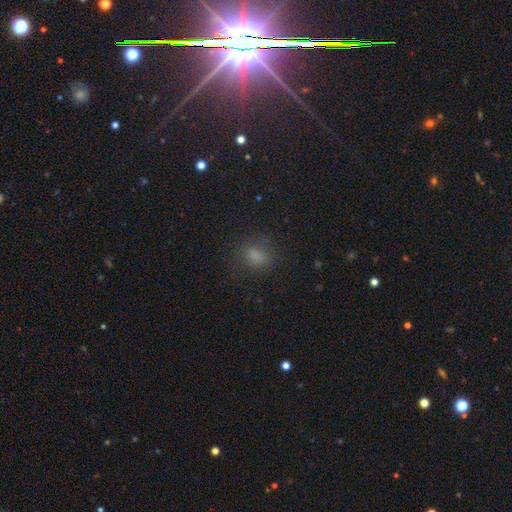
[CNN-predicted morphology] smooth 77%, star or artifact 17%, featured or disk 6%. Down the decision tree: how rounded — in between (61%); merging — none (79%).